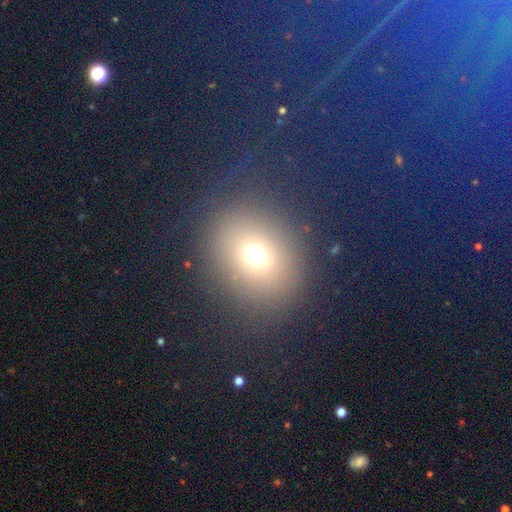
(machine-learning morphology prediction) Smooth or featured? smooth (70%)
How rounded? round (63%)
Merging? none (78%)